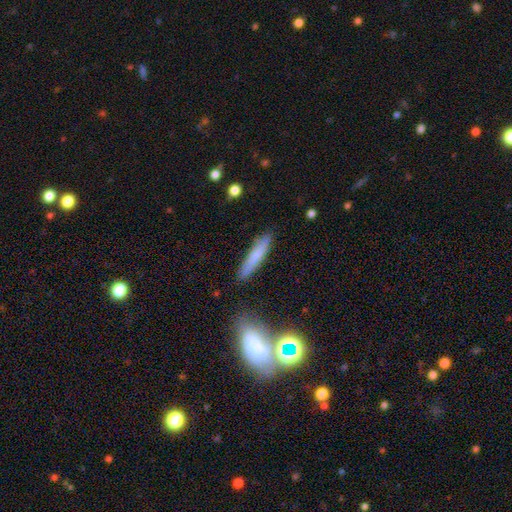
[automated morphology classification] This is likely a smooth galaxy (69%). How rounded: clearly cigar-shaped (88%). Merging: clearly none (83%).